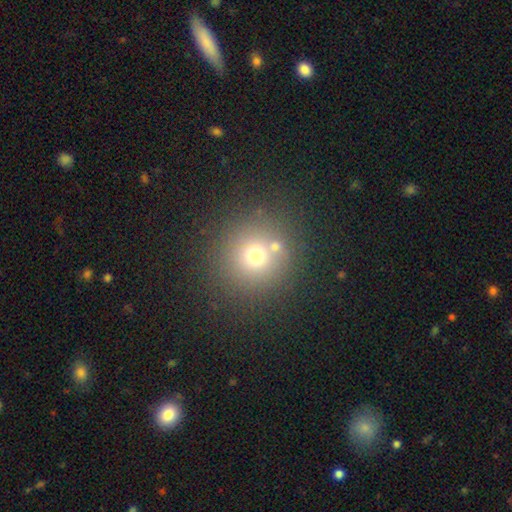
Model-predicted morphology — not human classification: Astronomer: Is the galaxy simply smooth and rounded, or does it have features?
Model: smooth — 68%.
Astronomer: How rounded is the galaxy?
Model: round — 93%.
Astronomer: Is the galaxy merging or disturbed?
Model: none — 75%.